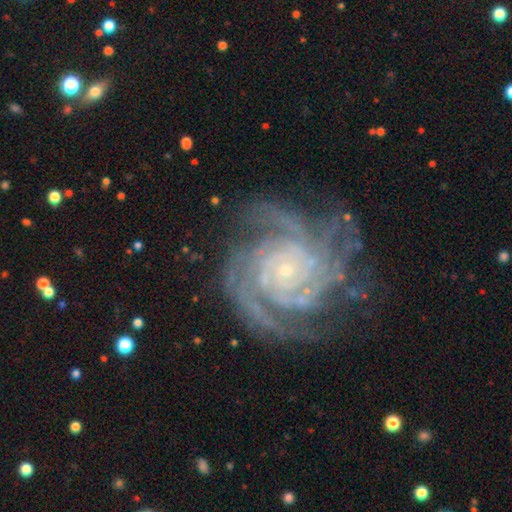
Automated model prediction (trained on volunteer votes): smooth_or_featured: featured or disk (p=0.89) [alt: star or artifact p=0.07]
disk_edge_on: no (p=0.97) [alt: yes p=0.03]
bar: no (p=0.75) [alt: weak p=0.17]
has_spiral_arms: yes (p=0.98) [alt: no p=0.02]
spiral_winding: tight (p=0.73) [alt: medium p=0.23]
spiral_arm_count: 3 (p=0.22) [tied with: 4 p=0.22]
bulge_size: small (p=0.86) [alt: moderate p=0.09]
merging: none (p=0.73) [alt: minor disturbance p=0.17]